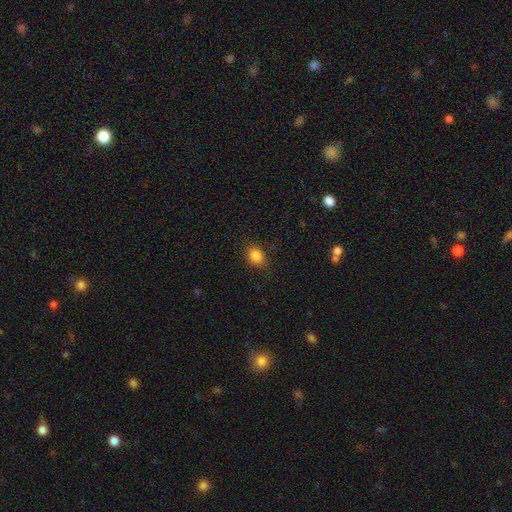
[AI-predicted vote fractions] smooth 84%, star or artifact 10%, featured or disk 6%. Down the decision tree: how rounded — in between (62%); merging — none (84%).